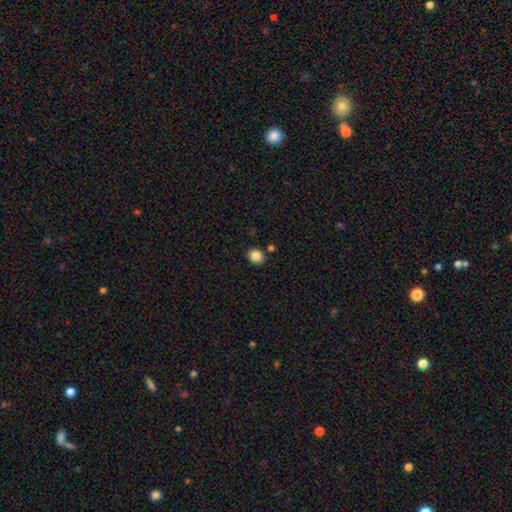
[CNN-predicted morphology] Smooth or featured: smooth — 86% (star or artifact — 10%)
How rounded: round — 70% (in between — 29%)
Merging: none — 86% (minor disturbance — 8%)